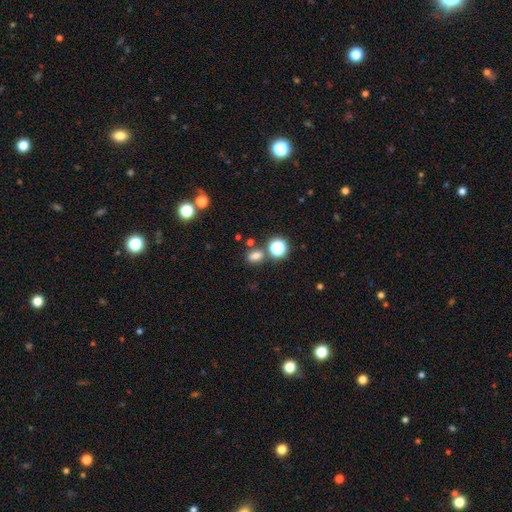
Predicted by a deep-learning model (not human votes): A smooth galaxy with no disk features (73%) that is in between round and cigar-shaped (66%).

Vote fractions:
- Smooth or featured? smooth: 73% / star or artifact: 20% / featured or disk: 6%
- How rounded? in between: 66% / round: 32% / cigar-shaped: 2%
- Merging? none: 73% / merger: 12% / minor disturbance: 11% / major disturbance: 4%